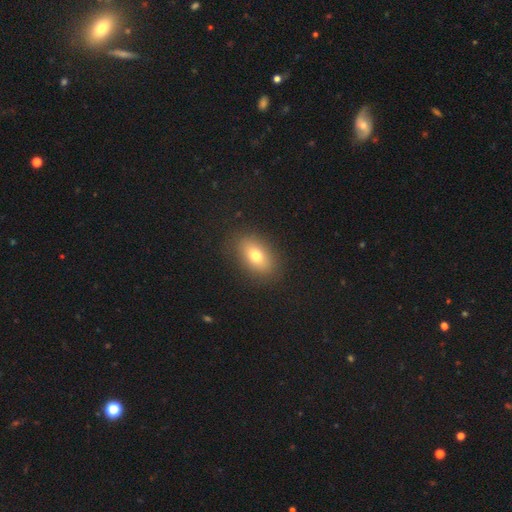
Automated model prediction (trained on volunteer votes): A smooth galaxy with no disk features (75%) that is in between round and cigar-shaped (84%). Merging: none (86%).